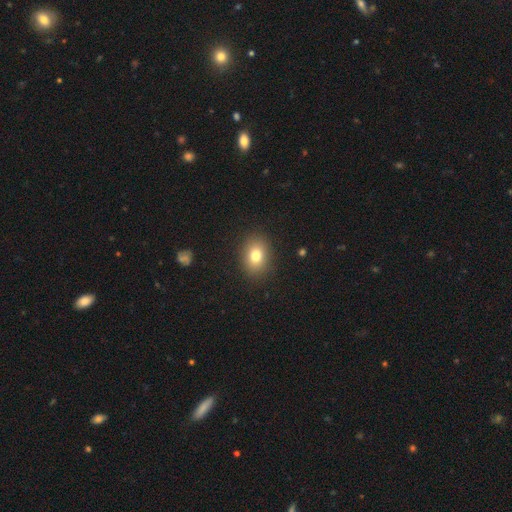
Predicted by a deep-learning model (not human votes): smooth-or-featured: smooth: 79% | star or artifact: 11% | featured or disk: 10%
  how-rounded: in between: 63% | round: 36% | cigar-shaped: 1%
  merging: none: 88% | minor disturbance: 8% | major disturbance: 3% | merger: 1%